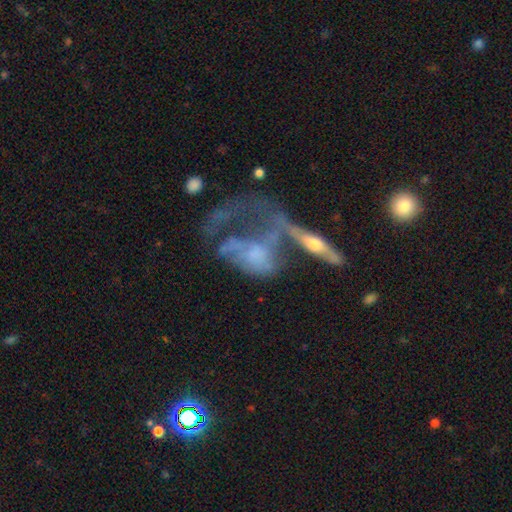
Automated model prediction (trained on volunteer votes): Overall: featured or disk (57%; smooth 31%). Edge-on disk: no (81%). Merging: merger (49%; major disturbance 27%).